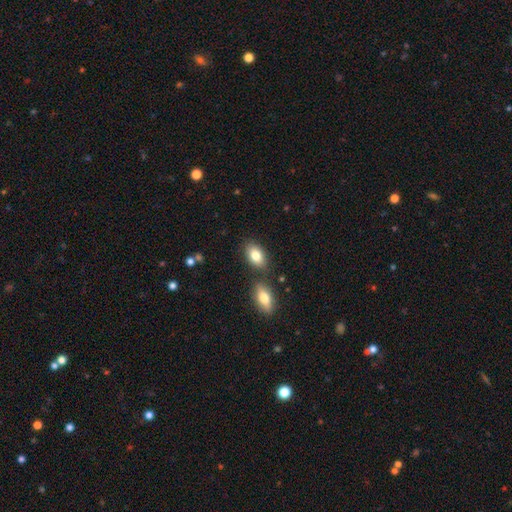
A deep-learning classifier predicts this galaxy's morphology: Smooth or featured: smooth — 82% (featured or disk — 11%)
How rounded: in between — 90% (round — 8%)
Merging: none — 72% (merger — 14%)